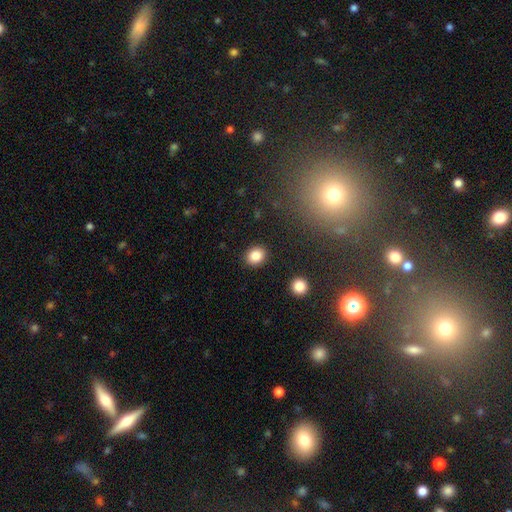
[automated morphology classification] Overall: smooth (85%). How rounded: round (60%; in between 39%). Merging: none (89%).